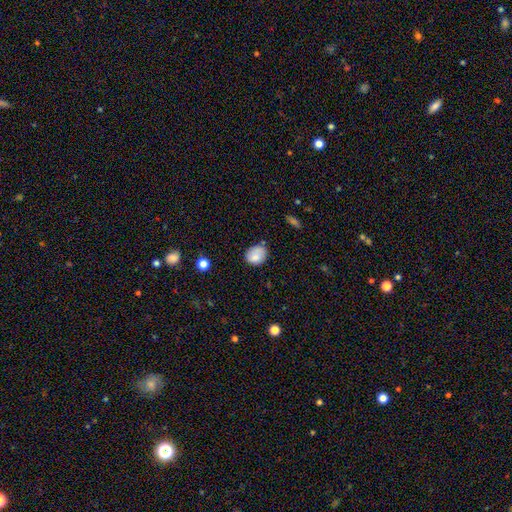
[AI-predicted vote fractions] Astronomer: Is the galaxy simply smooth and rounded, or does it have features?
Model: smooth — 83%.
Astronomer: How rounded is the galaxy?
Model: in between — 50%, tied with round at 50%.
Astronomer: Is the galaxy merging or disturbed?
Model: none — 63%.